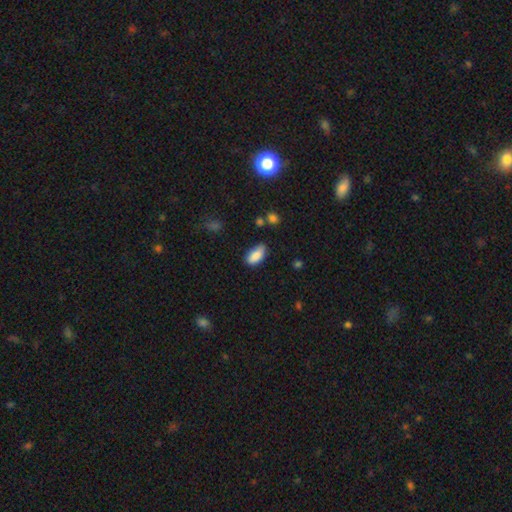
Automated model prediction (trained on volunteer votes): Smooth or featured? Predicted: smooth (p=0.86). How rounded? Predicted: in between (p=0.91). Merging? Predicted: none (p=0.72).